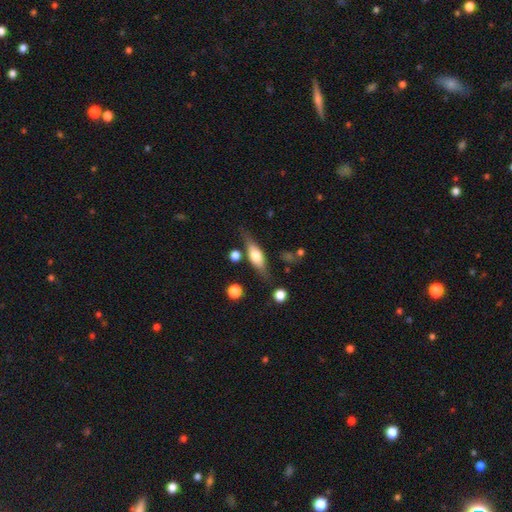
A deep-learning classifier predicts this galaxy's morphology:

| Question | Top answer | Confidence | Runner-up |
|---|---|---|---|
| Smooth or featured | smooth | 47% | featured or disk (46%) |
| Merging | none | 72% | minor disturbance (17%) |